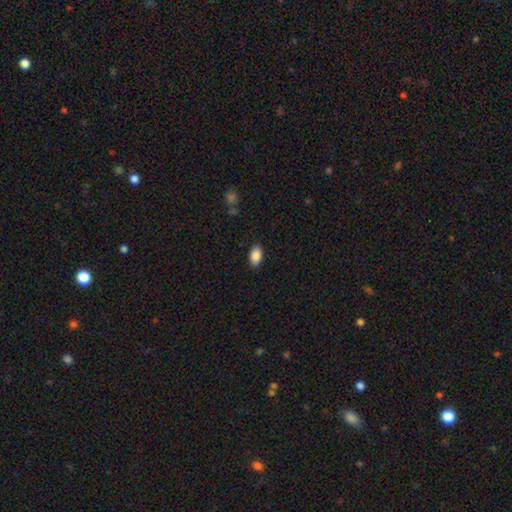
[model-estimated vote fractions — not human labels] Overall: smooth (87%). How rounded: in between (93%). Merging: none (88%).